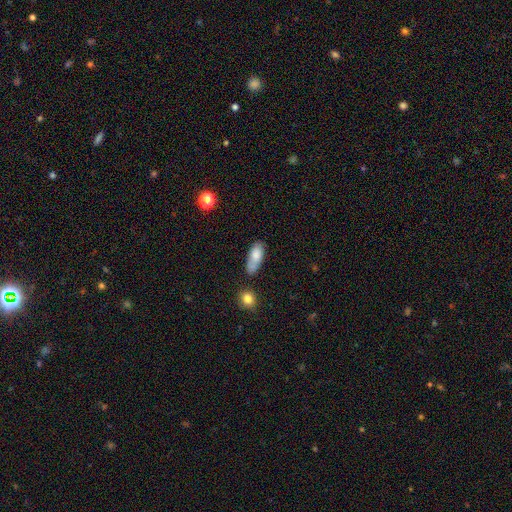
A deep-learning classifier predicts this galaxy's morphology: This is likely a smooth galaxy (79%). How rounded: likely in between (77%). Merging: possibly none (52%).